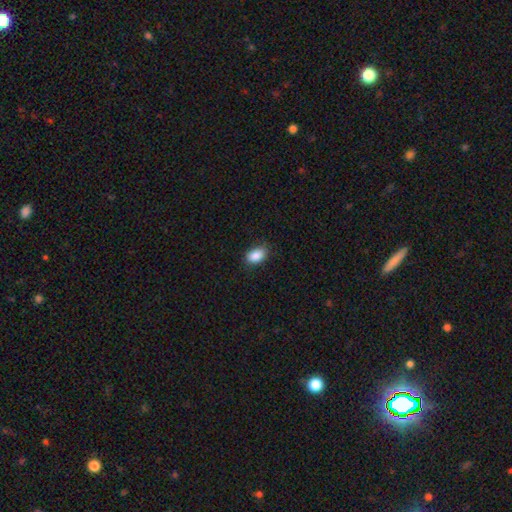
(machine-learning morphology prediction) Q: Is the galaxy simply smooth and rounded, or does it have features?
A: smooth — 89%.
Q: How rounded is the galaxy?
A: in between — 88%.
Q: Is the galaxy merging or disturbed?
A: none — 81%.